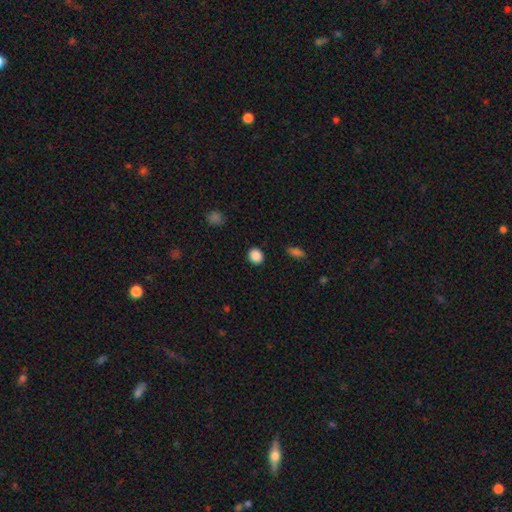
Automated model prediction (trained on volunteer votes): A smooth galaxy with no disk features (88%) that is round (72%). Merging: none (90%).